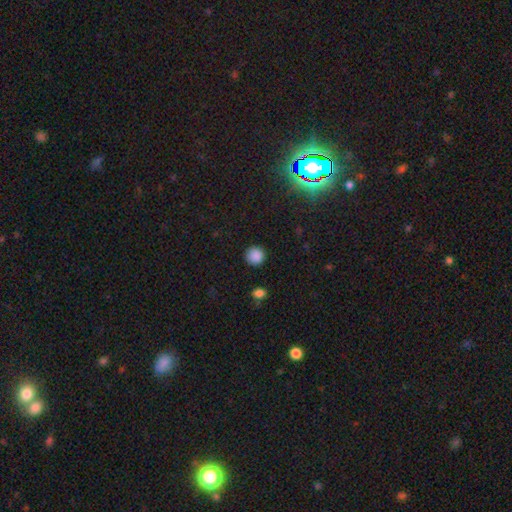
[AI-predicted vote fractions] smooth_or_featured: smooth (p=0.87) [alt: star or artifact p=0.10]
how_rounded: round (p=0.93) [alt: in between p=0.06]
merging: none (p=0.91) [alt: minor disturbance p=0.06]